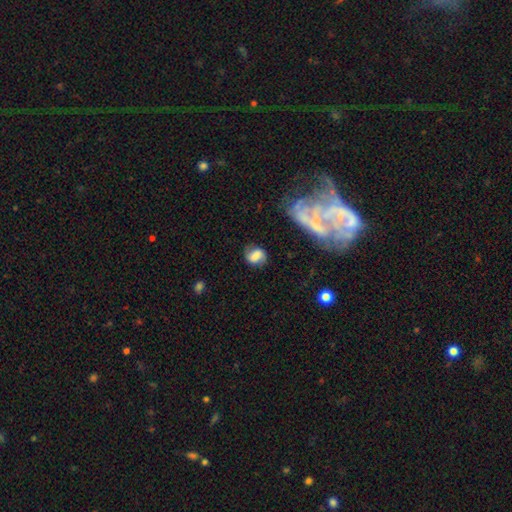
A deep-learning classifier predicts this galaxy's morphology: Smooth or featured? smooth (59%)
How rounded? in between (58%)
Merging? none (68%)